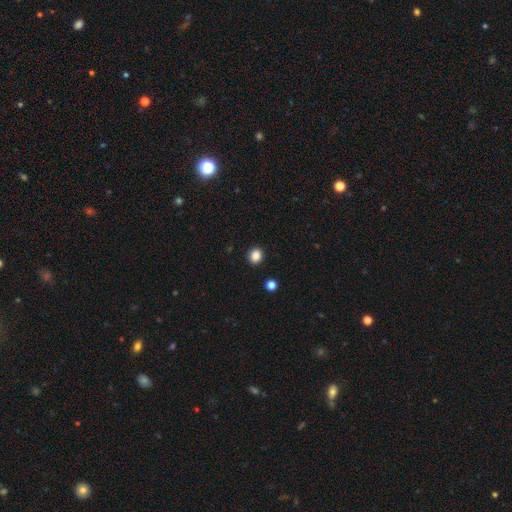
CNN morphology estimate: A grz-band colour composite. It shows a smooth galaxy with no disk features (86%) that is round (76%). Merging: none (92%).